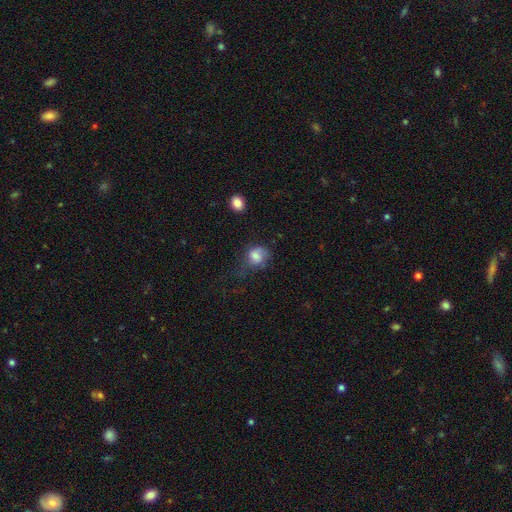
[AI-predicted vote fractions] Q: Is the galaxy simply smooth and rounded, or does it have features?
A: smooth — 67%.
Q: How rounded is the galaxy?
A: round — 63%.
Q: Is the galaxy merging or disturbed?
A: none — 43%.